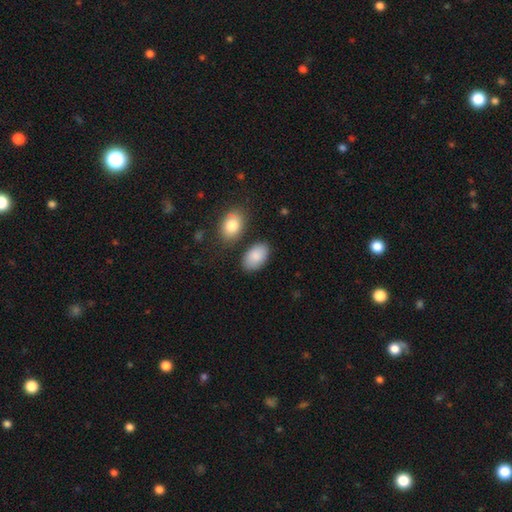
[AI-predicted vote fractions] smooth-or-featured: smooth: 88% | featured or disk: 6% | star or artifact: 6%
  how-rounded: in between: 94% | round: 5% | cigar-shaped: 1%
  merging: none: 78% | minor disturbance: 13% | merger: 6% | major disturbance: 3%